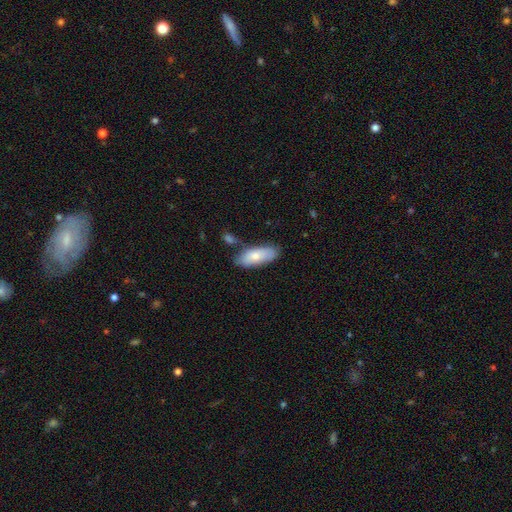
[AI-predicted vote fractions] Smooth or featured? Predicted: smooth (p=0.74). How rounded? Predicted: in between (p=0.82). Merging? Predicted: none (p=0.68).